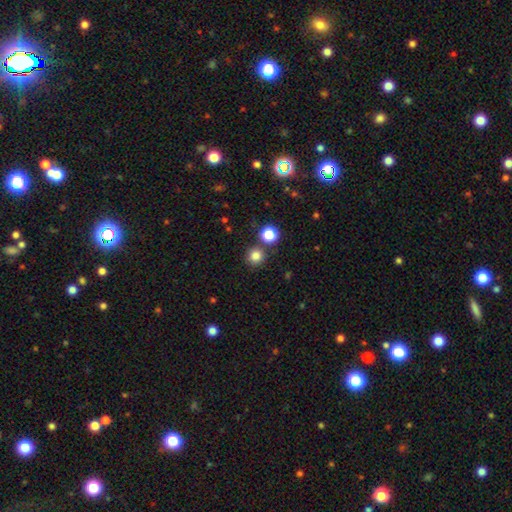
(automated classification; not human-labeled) Smooth or featured? Predicted: smooth (p=0.81). How rounded? Predicted: round (p=0.93). Merging? Predicted: none (p=0.80).